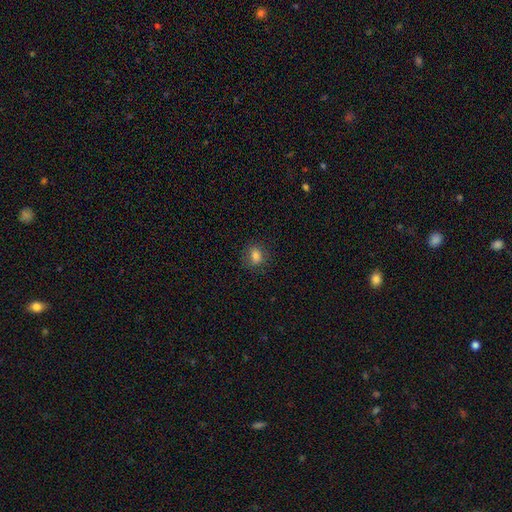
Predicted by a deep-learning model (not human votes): Q: Smooth or featured?
A: smooth (82%); runner-up: star or artifact (12%)
Q: How rounded?
A: round (52%); runner-up: in between (46%)
Q: Merging?
A: none (82%); runner-up: minor disturbance (13%)